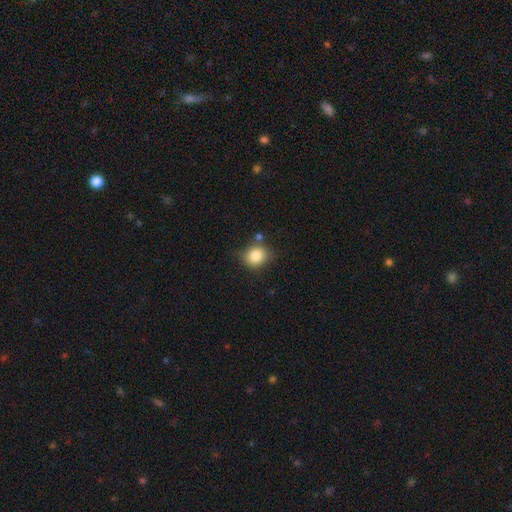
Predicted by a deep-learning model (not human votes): smooth_or_featured: smooth (p=0.83) [alt: star or artifact p=0.10]
how_rounded: round (p=0.72) [alt: in between p=0.27]
merging: none (p=0.72) [alt: minor disturbance p=0.16]